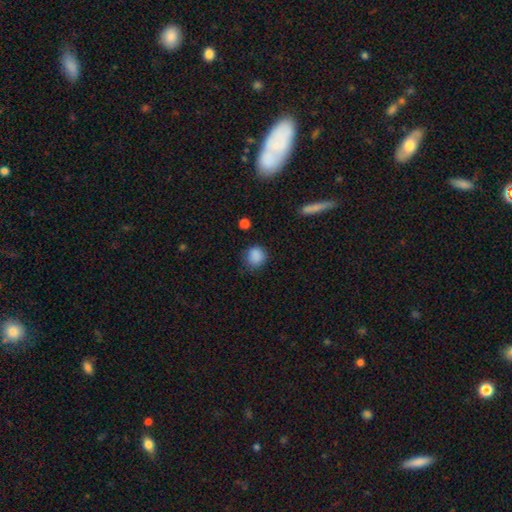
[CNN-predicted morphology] The model was most divided on "merging": none: 76%, minor disturbance: 18%, major disturbance: 5%, merger: 2%. More confident: smooth or featured — smooth (86%); how rounded — round (82%).